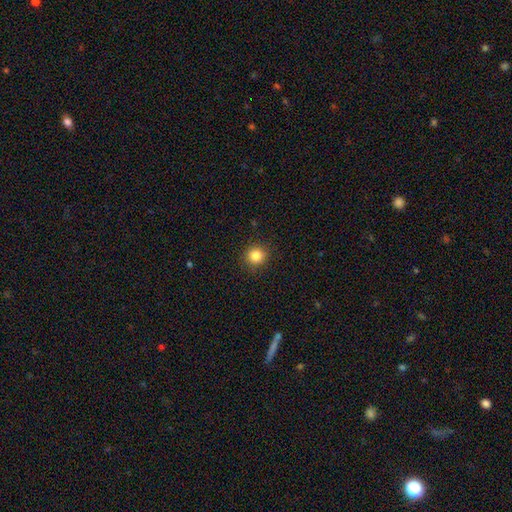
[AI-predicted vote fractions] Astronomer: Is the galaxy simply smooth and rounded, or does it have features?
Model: smooth — 84%.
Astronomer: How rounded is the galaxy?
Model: round — 92%.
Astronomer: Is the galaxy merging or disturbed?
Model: none — 91%.